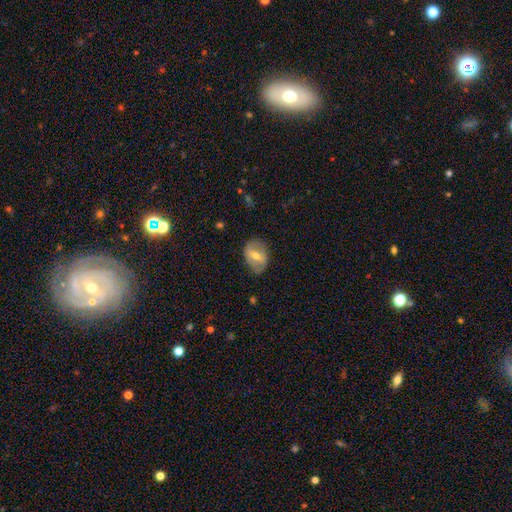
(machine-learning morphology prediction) Smooth or featured? featured or disk (52%)
Edge-on disk? no (93%)
Merging? none (71%)